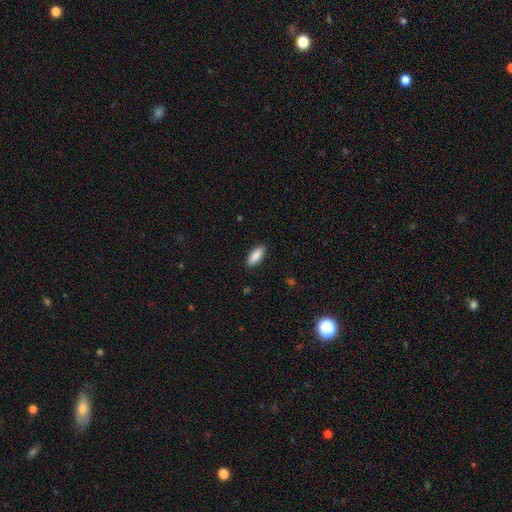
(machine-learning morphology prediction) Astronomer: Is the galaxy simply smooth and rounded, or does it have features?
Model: smooth — 88%.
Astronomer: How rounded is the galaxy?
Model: in between — 78%.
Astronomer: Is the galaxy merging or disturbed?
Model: none — 89%.